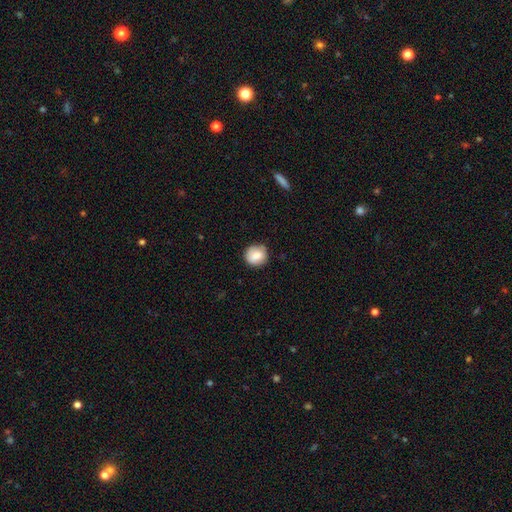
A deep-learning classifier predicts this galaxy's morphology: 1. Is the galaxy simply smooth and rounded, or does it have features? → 83% smooth, 9% featured or disk, 8% star or artifact.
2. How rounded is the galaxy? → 88% round, 11% in between, 1% cigar-shaped.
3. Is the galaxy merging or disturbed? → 81% none, 15% minor disturbance, 3% major disturbance, 1% merger.